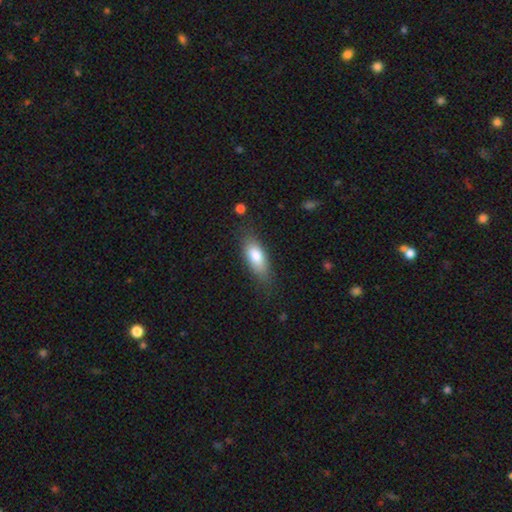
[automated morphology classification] The model was most divided on "merging": none: 75%, minor disturbance: 18%, major disturbance: 5%, merger: 2%. More confident: smooth or featured — smooth (78%); how rounded — in between (78%).